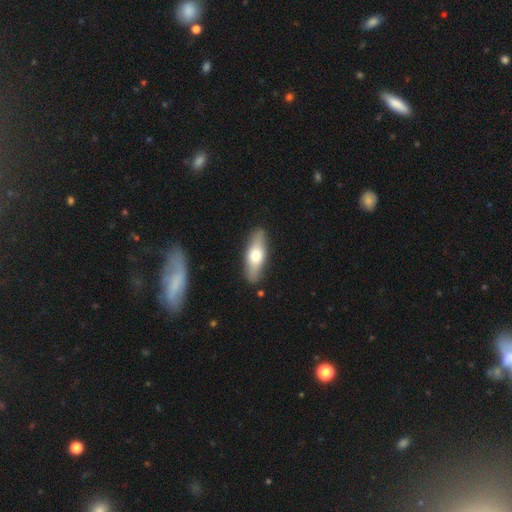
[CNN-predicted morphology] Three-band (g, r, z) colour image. It shows a smooth galaxy with no disk features (60%) that is in between round and cigar-shaped (56%). Merging: none (87%).